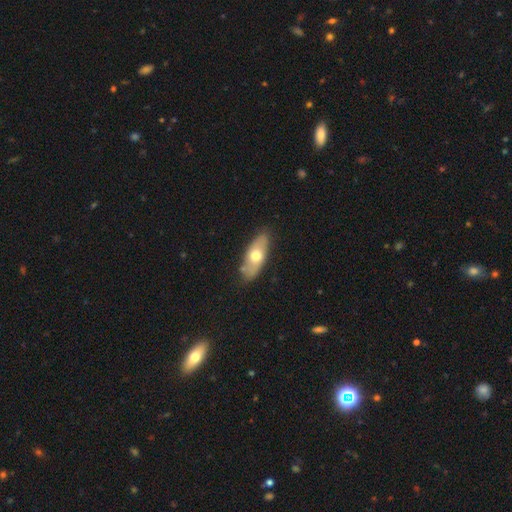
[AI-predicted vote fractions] smooth-or-featured: smooth: 59% | featured or disk: 35% | star or artifact: 6%
  how-rounded: in between: 81% | cigar-shaped: 15% | round: 4%
  merging: none: 80% | minor disturbance: 15% | major disturbance: 3% | merger: 2%